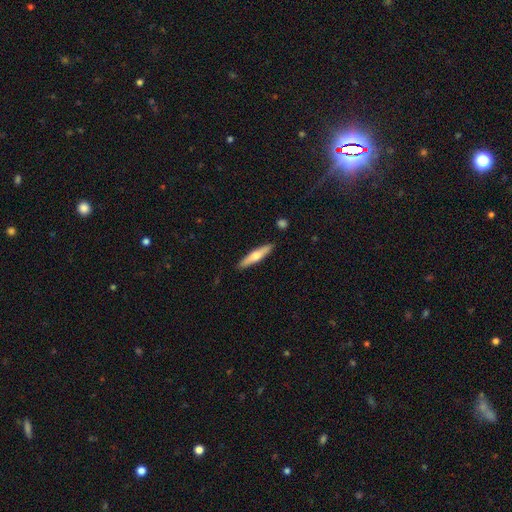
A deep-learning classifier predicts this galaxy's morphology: Overall: smooth (55%; featured or disk 40%). How rounded: cigar-shaped (85%). Merging: none (90%).